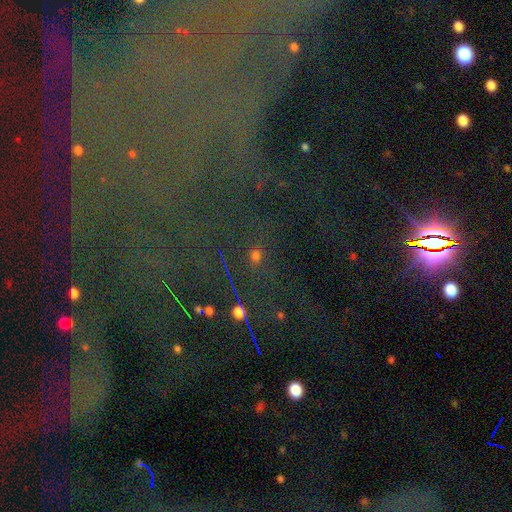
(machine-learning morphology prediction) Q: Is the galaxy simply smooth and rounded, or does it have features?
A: star or artifact — 50%.